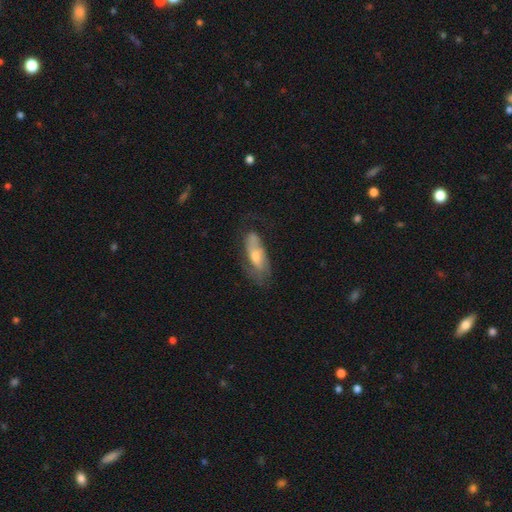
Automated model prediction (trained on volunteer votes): Smooth or featured: featured or disk — 53% (smooth — 40%)
Edge-on disk: no — 80% (yes — 20%)
Merging: none — 55% (minor disturbance — 27%)